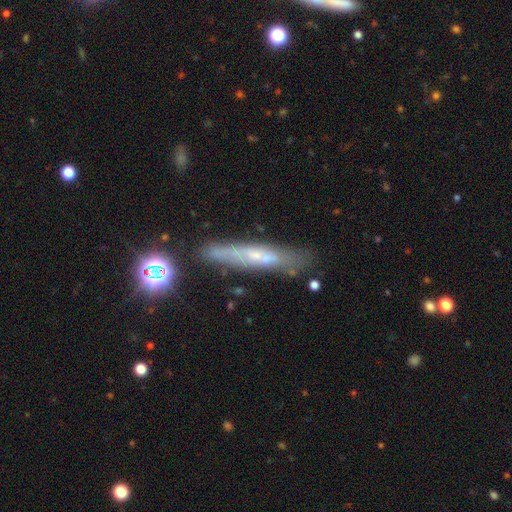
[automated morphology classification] This is possibly a featured or disk galaxy (53%). It is likely viewed edge-on (70%). Merging: likely none (72%).